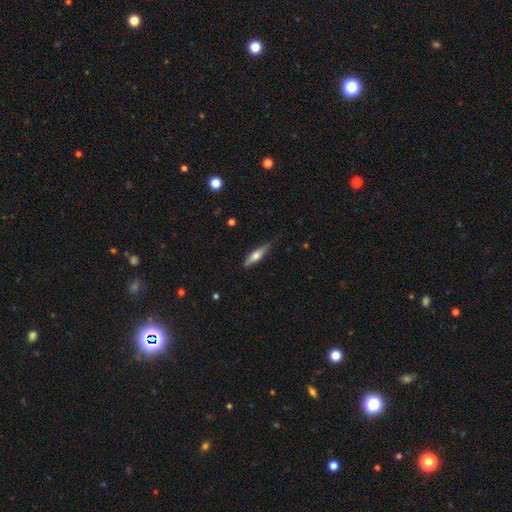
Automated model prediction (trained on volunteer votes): Smooth or featured? smooth (49%)
Merging? none (77%)